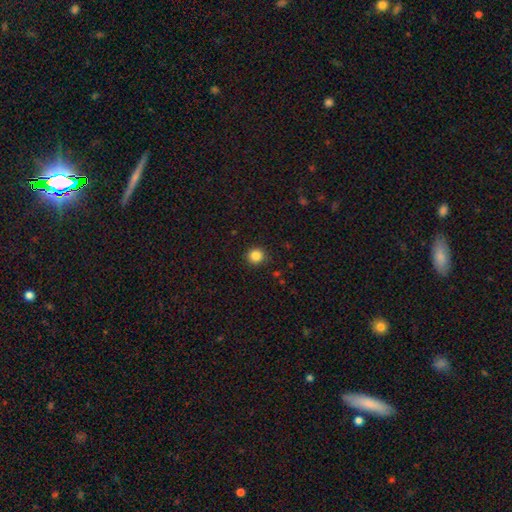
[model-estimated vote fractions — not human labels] smooth_or_featured: smooth (p=0.85) [alt: star or artifact p=0.11]
how_rounded: round (p=0.93) [alt: in between p=0.06]
merging: none (p=0.91) [alt: minor disturbance p=0.06]